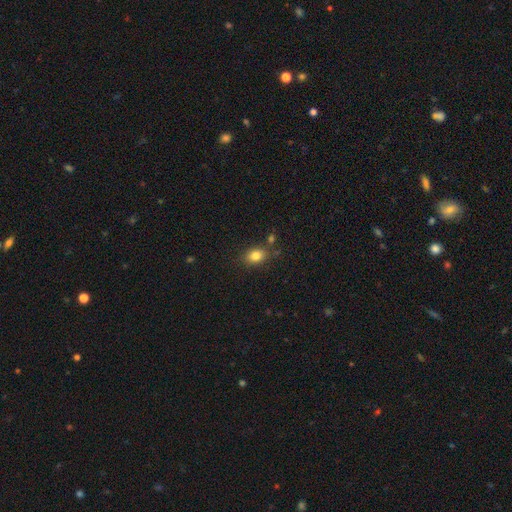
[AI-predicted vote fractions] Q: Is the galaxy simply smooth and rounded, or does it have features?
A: smooth — 82%.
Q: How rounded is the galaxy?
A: in between — 69%.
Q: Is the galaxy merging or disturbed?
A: none — 76%.